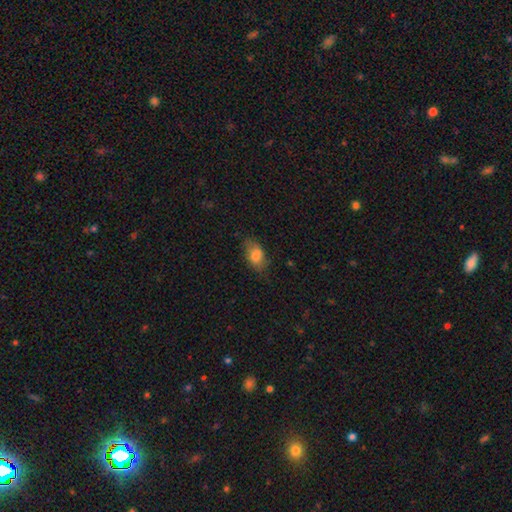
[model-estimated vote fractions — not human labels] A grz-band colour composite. It shows a smooth galaxy with no disk features (76%) that is in between round and cigar-shaped (85%). Merging: none (61%).